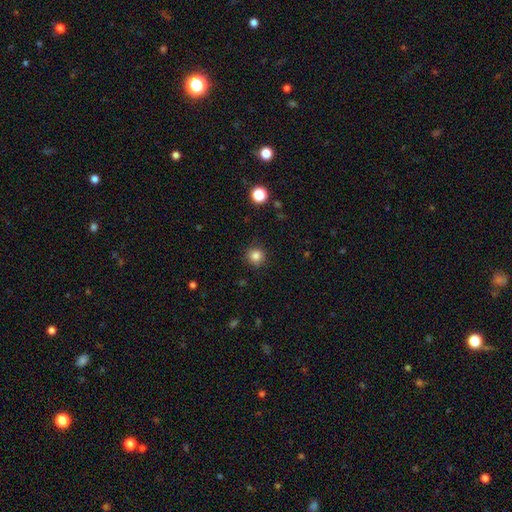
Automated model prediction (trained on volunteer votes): A smooth galaxy with no disk features (84%) that is round (93%).

Vote fractions:
- Smooth or featured? smooth: 84% / star or artifact: 12% / featured or disk: 4%
- How rounded? round: 93% / in between: 6% / cigar-shaped: 1%
- Merging? none: 88% / minor disturbance: 9% / major disturbance: 2% / merger: 1%